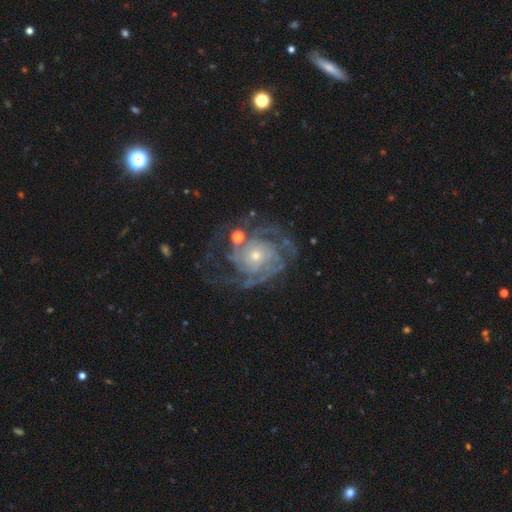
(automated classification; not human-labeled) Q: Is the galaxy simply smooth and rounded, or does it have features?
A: featured or disk — 88%.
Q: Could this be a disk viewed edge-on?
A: no — 98%.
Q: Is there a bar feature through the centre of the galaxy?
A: no — 79%.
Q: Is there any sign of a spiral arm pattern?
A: yes — 96%.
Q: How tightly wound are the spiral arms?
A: tight — 62%.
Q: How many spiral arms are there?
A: can't tell — 25%.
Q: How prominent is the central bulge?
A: small — 70%.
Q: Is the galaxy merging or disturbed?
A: none — 61%.